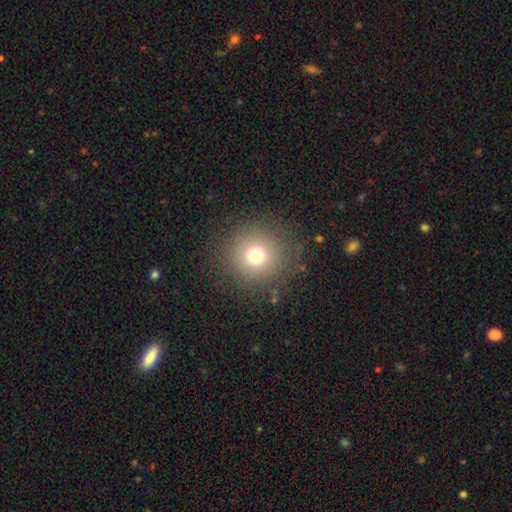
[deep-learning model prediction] A smooth galaxy with no disk features (72%) that is round (95%). Merging: none (86%).